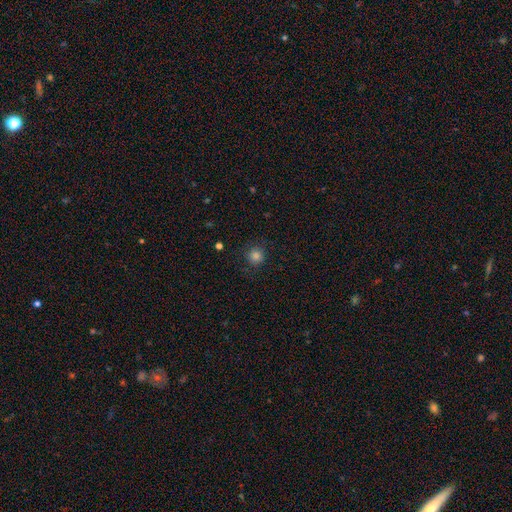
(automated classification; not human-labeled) A smooth galaxy with no disk features (83%) that is round (94%).

Vote fractions:
- Smooth or featured? smooth: 83% / star or artifact: 13% / featured or disk: 4%
- How rounded? round: 94% / in between: 5% / cigar-shaped: 1%
- Merging? none: 87% / minor disturbance: 8% / major disturbance: 3% / merger: 1%